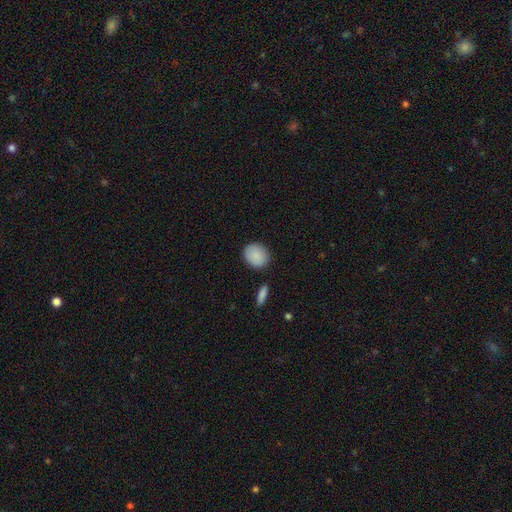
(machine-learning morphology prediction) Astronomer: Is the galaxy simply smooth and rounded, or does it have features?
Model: smooth — 89%.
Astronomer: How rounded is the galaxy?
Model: round — 64%.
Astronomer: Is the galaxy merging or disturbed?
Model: none — 85%.